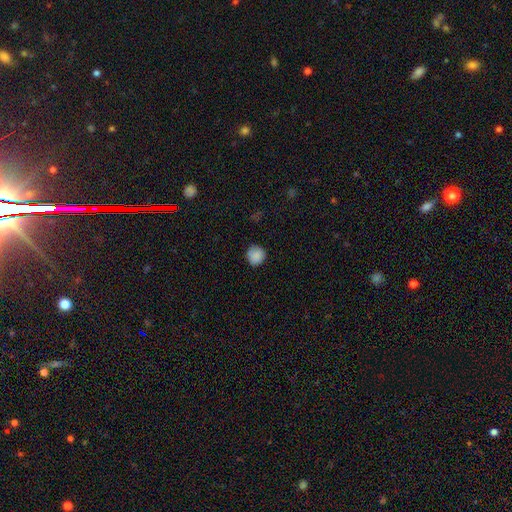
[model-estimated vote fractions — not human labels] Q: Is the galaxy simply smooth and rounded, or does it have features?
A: smooth — 88%.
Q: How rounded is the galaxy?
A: round — 93%.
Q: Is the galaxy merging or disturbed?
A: none — 85%.